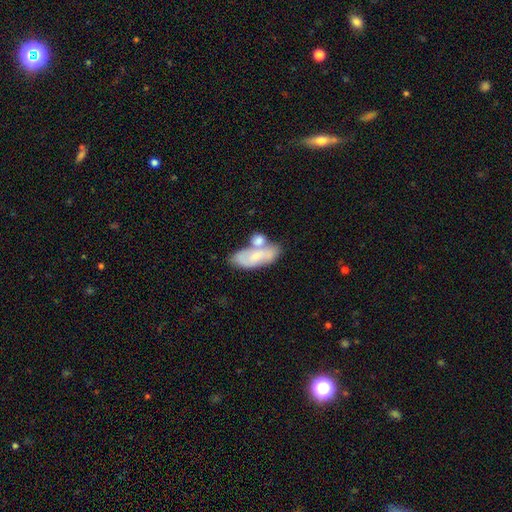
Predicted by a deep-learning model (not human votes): A smooth galaxy with no disk features (52%) that is in between round and cigar-shaped (84%).

Vote fractions:
- Smooth or featured? smooth: 52% / featured or disk: 41% / star or artifact: 7%
- How rounded? in between: 84% / cigar-shaped: 12% / round: 4%
- Merging? merger: 47% / none: 30% / minor disturbance: 15% / major disturbance: 7%